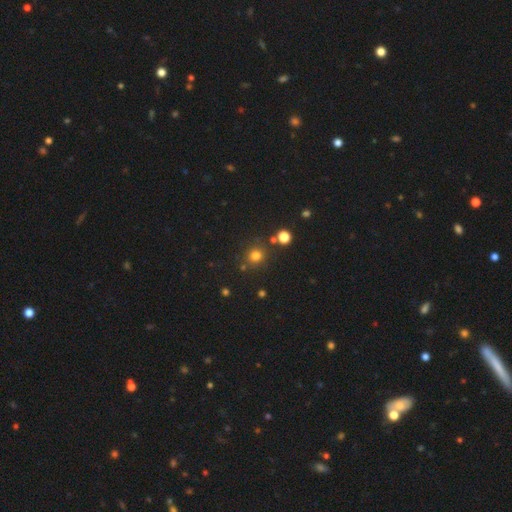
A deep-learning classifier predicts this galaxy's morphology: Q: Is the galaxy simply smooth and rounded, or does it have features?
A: smooth — 76%.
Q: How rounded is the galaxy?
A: round — 87%.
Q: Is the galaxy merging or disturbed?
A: none — 79%.